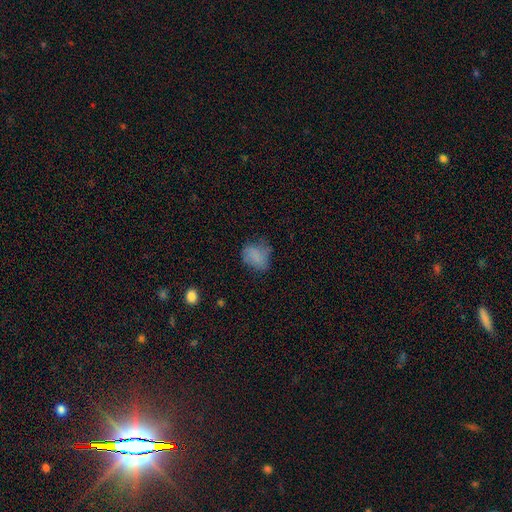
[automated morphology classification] smooth_or_featured: smooth (p=0.78) [alt: featured or disk p=0.12]
how_rounded: in between (p=0.58) [alt: round p=0.41]
merging: none (p=0.54) [alt: minor disturbance p=0.31]